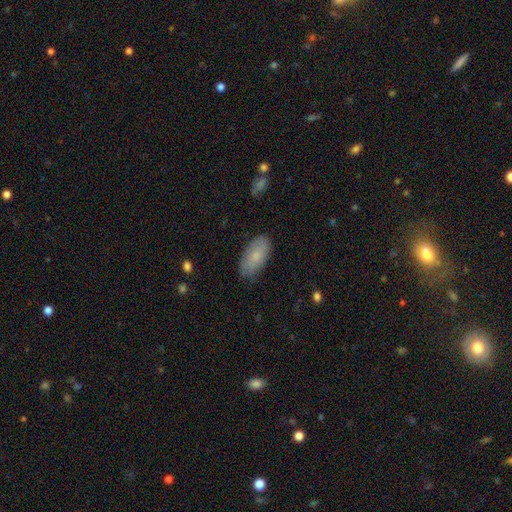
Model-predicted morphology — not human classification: Smooth or featured?
  - smooth: 77% *
  - featured or disk: 16%
  - star or artifact: 6%
How rounded?
  - in between: 91% *
  - cigar-shaped: 6%
  - round: 2%
Merging?
  - none: 82% *
  - minor disturbance: 14%
  - major disturbance: 3%
  - merger: 1%